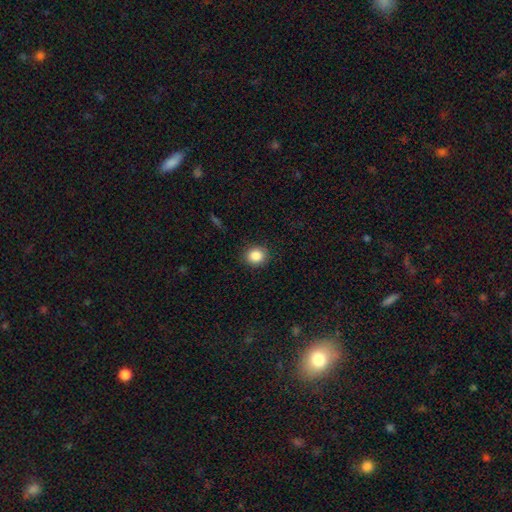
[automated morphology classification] smooth-or-featured: smooth: 86% | star or artifact: 9% | featured or disk: 4%
  how-rounded: round: 77% | in between: 23% | cigar-shaped: 1%
  merging: none: 89% | minor disturbance: 8% | major disturbance: 2% | merger: 1%